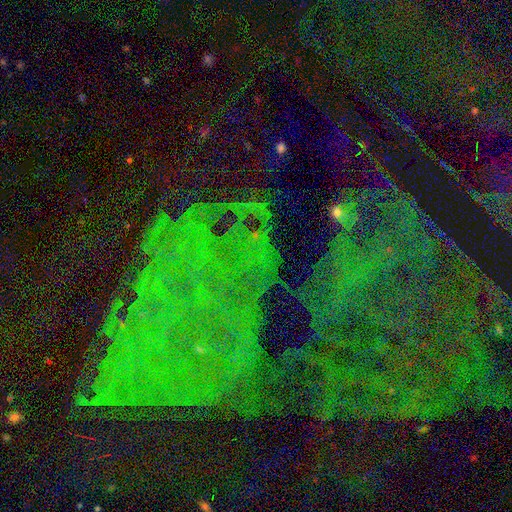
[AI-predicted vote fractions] This appears to be a star or artifact, not a galaxy (78%).